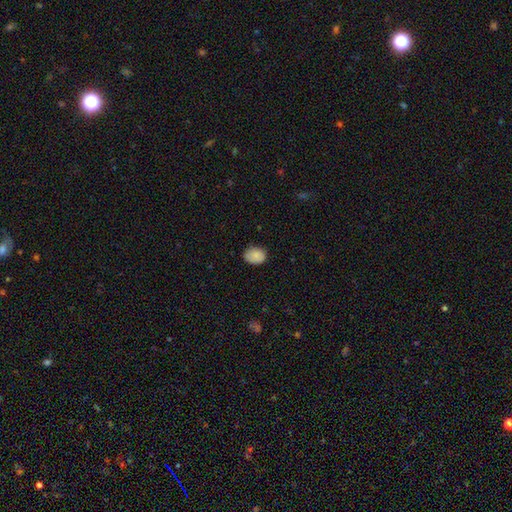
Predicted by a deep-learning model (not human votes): Morphology: type=smooth (85%); roundness=in between (64%); merging=none (75%).